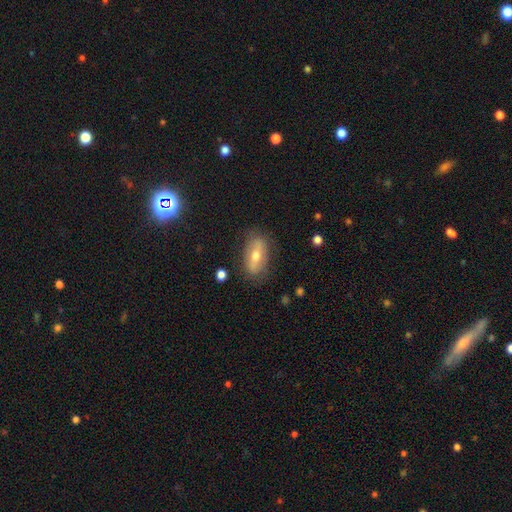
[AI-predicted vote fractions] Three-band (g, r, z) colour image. It shows a smooth galaxy with no disk features (47%). Merging: none (79%).